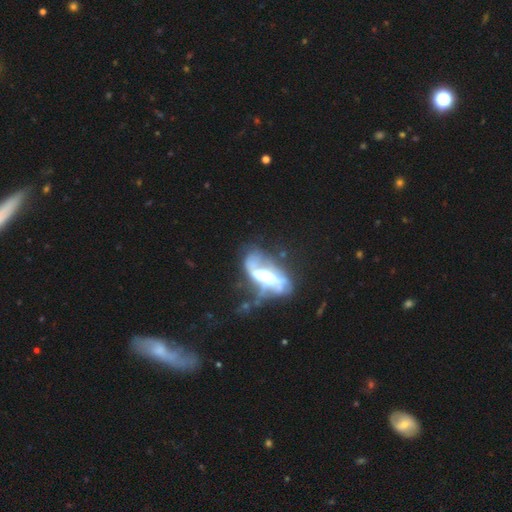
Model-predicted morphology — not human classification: Smooth or featured?
  - featured or disk: 70% *
  - smooth: 20%
  - star or artifact: 10%
Edge-on disk?
  - no: 93% *
  - yes: 7%
Bar?
  - no: 45% *
  - weak: 29%
  - strong: 26%
Spiral arms?
  - yes: 60% *
  - no: 40%
Bulge size?
  - moderate: 34% *
  - large: 25%
  - none: 21%
  - small: 16%
  - dominant: 4%
Merging?
  - major disturbance: 35% *
  - none: 27%
  - merger: 21%
  - minor disturbance: 17%